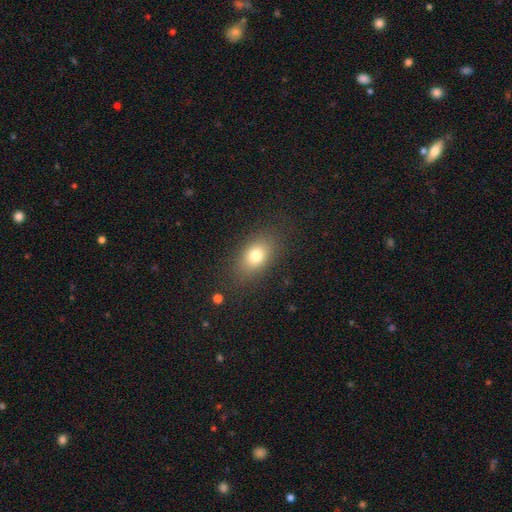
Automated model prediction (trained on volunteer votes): smooth 76%, featured or disk 13%, star or artifact 11%. Down the decision tree: how rounded — in between (78%); merging — none (81%).